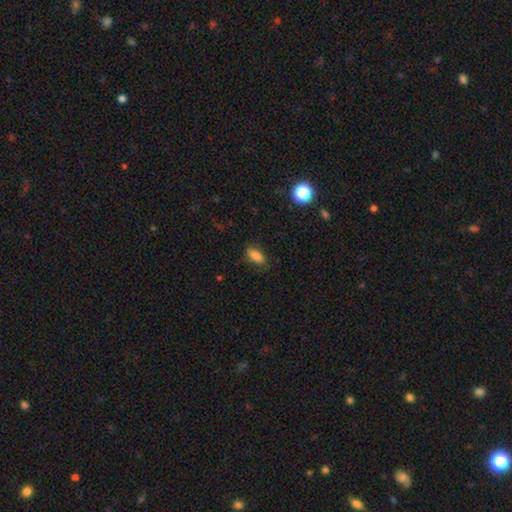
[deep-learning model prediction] smooth_or_featured: smooth (p=0.84) [alt: star or artifact p=0.10]
how_rounded: in between (p=0.87) [alt: cigar-shaped p=0.08]
merging: none (p=0.82) [alt: minor disturbance p=0.14]